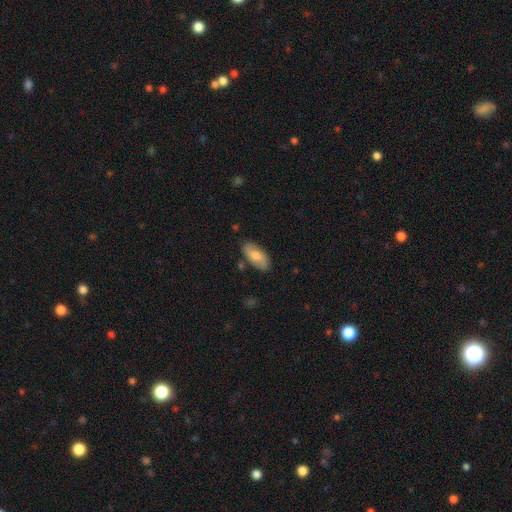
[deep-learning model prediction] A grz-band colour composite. It shows a smooth galaxy with no disk features (73%) that is in between round and cigar-shaped (90%). Merging: none (80%).